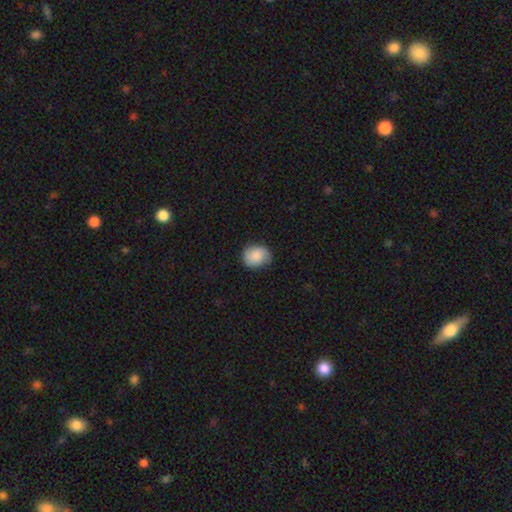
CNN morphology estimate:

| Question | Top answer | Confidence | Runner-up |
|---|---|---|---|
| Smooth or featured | smooth | 74% | featured or disk (18%) |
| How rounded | round | 68% | in between (31%) |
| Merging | none | 75% | minor disturbance (19%) |